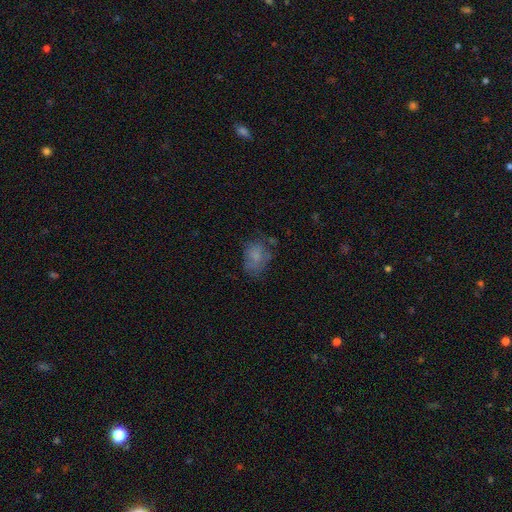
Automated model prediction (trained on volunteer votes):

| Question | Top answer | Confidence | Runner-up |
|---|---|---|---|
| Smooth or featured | smooth | 68% | featured or disk (20%) |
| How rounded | in between | 69% | round (30%) |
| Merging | none | 52% | minor disturbance (26%) |